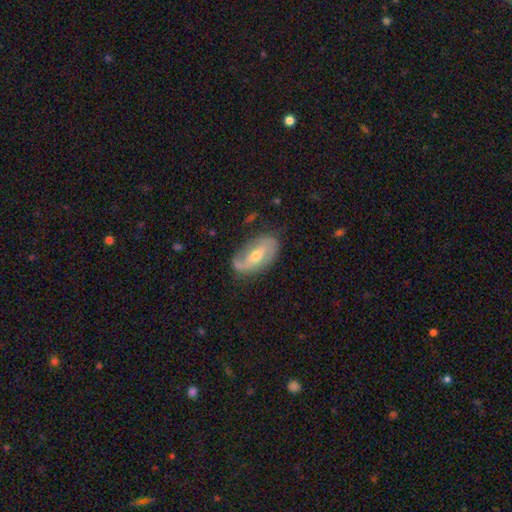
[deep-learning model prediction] smooth-or-featured: featured or disk: 74% | smooth: 20% | star or artifact: 6%
  disk-edge-on: no: 93% | yes: 7%
    bar: weak: 38% | no: 35% | strong: 27%
    has-spiral-arms: yes: 85% | no: 15%
      spiral-winding: loose: 41% | medium: 37% | tight: 22%
      spiral-arm-count: 2: 76% | 1: 10% | can't tell: 10% | 3: 1% | 4: 1% | more than 4: 1%
    bulge-size: moderate: 57% | small: 39% | large: 2% | none: 1% | dominant: 1%
  merging: none: 70% | minor disturbance: 21% | major disturbance: 7% | merger: 2%